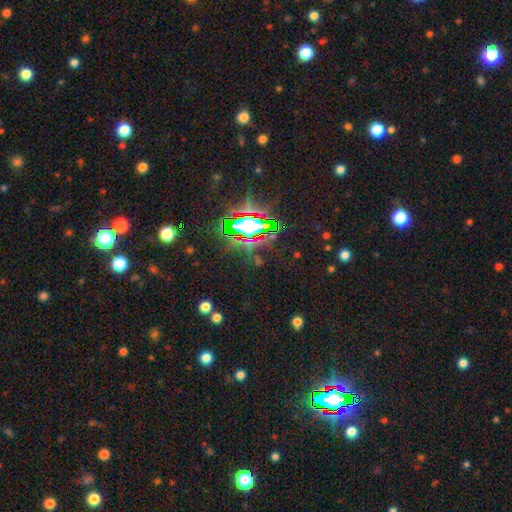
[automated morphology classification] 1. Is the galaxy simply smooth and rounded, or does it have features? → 79% star or artifact, 12% smooth, 9% featured or disk.